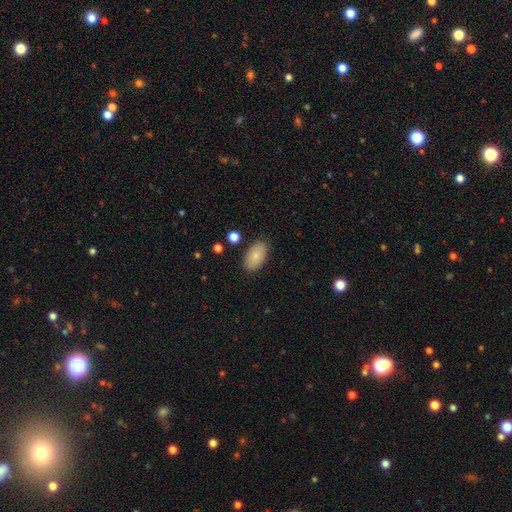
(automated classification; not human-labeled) The model was most divided on "smooth or featured": smooth: 81%, featured or disk: 12%, star or artifact: 7%. More confident: how rounded — in between (94%); merging — none (85%).